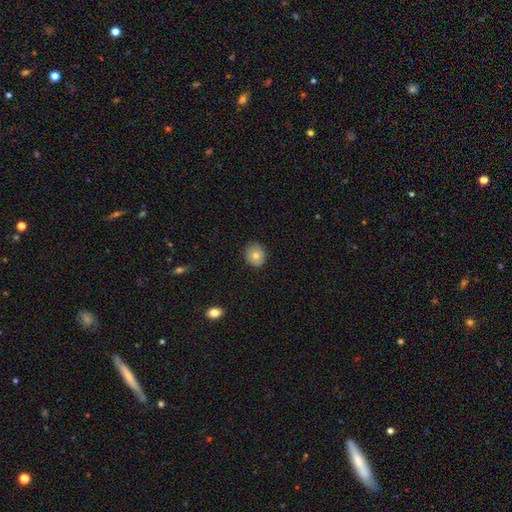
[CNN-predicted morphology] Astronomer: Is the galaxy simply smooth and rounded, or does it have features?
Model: smooth — 76%.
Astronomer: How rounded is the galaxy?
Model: round — 87%.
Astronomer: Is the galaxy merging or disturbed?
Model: none — 87%.